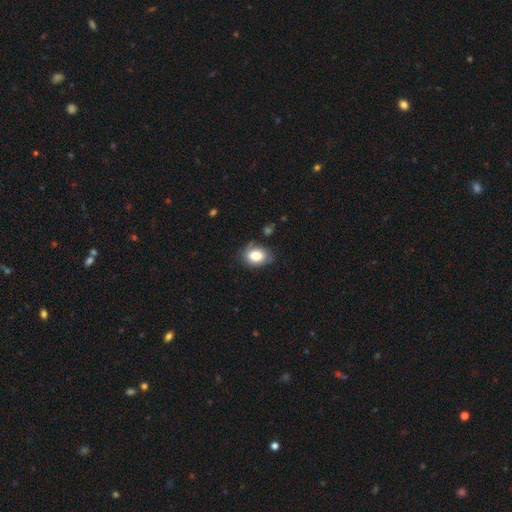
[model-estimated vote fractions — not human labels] Smooth or featured? Predicted: smooth (p=0.82). How rounded? Predicted: in between (p=0.75). Merging? Predicted: none (p=0.67).